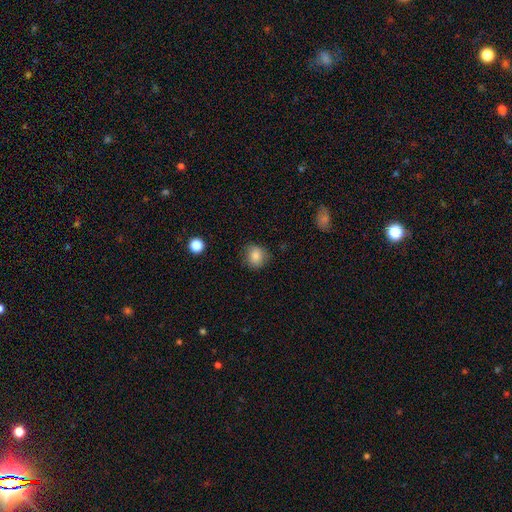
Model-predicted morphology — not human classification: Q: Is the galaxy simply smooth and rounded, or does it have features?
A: smooth — 85%.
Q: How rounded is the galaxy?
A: round — 78%.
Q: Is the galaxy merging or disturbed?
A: none — 78%.